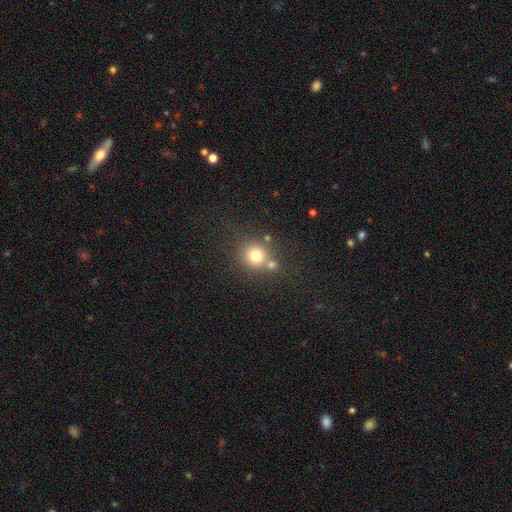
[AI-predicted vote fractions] The model was most divided on "merging": none: 62%, merger: 25%, minor disturbance: 9%, major disturbance: 4%. More confident: how rounded — round (88%); smooth or featured — smooth (75%).